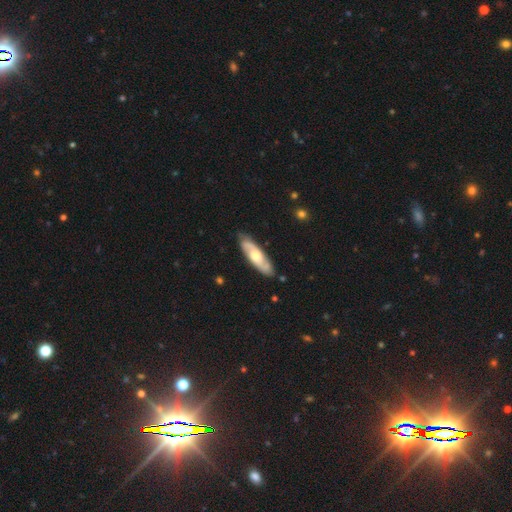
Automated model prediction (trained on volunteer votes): Morphology: type=featured or disk (60%); edge-on=no (70%); merging=none (83%).